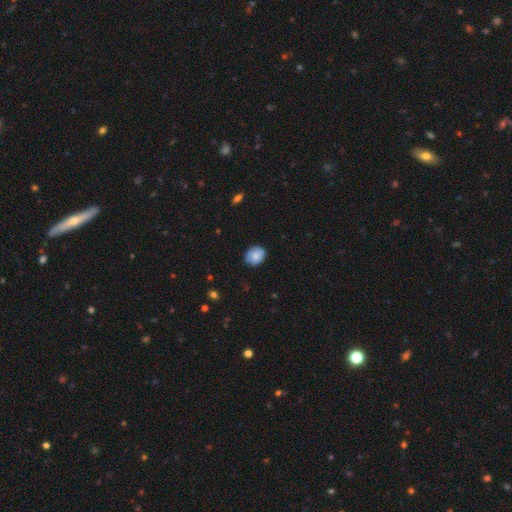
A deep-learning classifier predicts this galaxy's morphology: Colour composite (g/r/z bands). It shows a smooth galaxy with no disk features (76%) that is round (60%). Merging: none (74%).